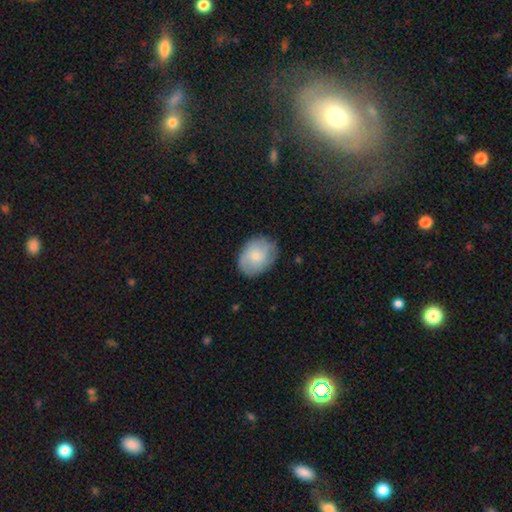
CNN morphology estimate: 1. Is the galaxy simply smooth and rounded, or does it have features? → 68% smooth, 25% featured or disk, 7% star or artifact.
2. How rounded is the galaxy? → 60% in between, 39% round, 1% cigar-shaped.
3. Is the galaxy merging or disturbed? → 76% none, 19% minor disturbance, 5% major disturbance, 1% merger.